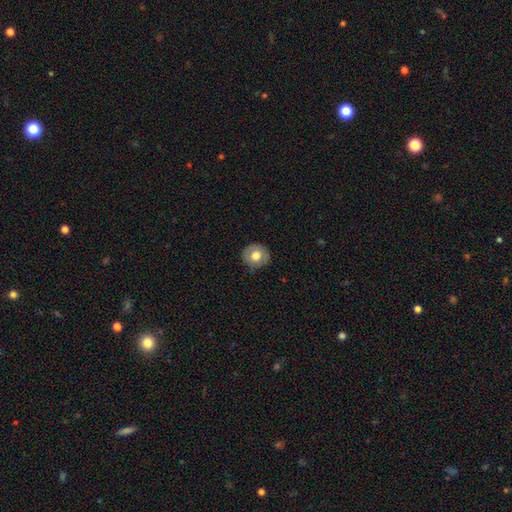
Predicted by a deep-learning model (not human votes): Overall: smooth (72%). How rounded: round (89%). Merging: none (84%).